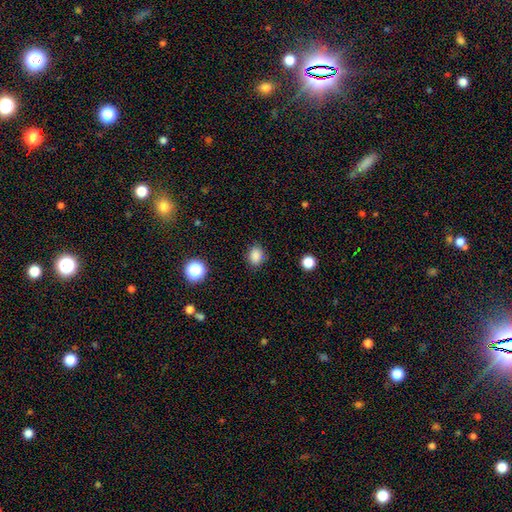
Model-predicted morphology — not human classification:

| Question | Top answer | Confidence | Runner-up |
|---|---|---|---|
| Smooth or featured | smooth | 85% | star or artifact (11%) |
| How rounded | in between | 52% | round (47%) |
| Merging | none | 84% | minor disturbance (11%) |